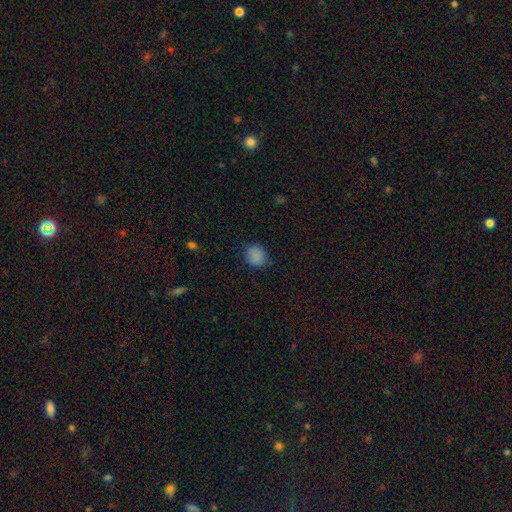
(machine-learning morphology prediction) This is clearly a smooth galaxy (85%). How rounded: likely round (73%). Merging: clearly none (81%).